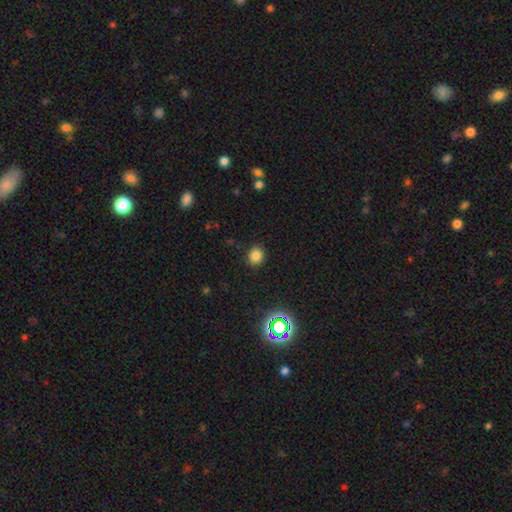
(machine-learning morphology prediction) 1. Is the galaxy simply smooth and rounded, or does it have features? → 80% smooth, 15% star or artifact, 4% featured or disk.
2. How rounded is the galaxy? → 78% round, 21% in between, 1% cigar-shaped.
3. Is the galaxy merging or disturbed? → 88% none, 8% minor disturbance, 3% major disturbance, 1% merger.